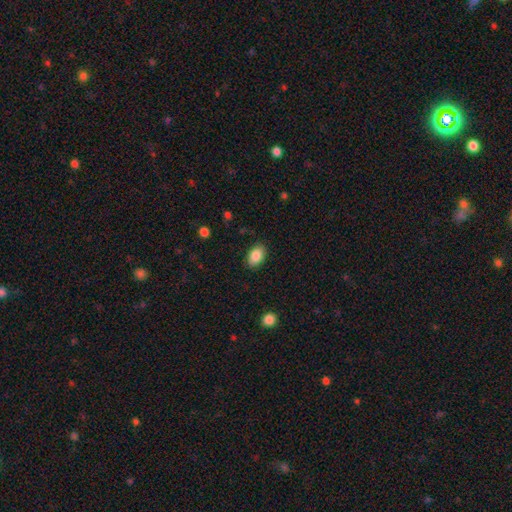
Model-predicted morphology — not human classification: A smooth galaxy with no disk features (88%) that is in between round and cigar-shaped (90%).

Vote fractions:
- Smooth or featured? smooth: 88% / star or artifact: 7% / featured or disk: 5%
- How rounded? in between: 90% / round: 9% / cigar-shaped: 1%
- Merging? none: 86% / minor disturbance: 10% / major disturbance: 2% / merger: 1%